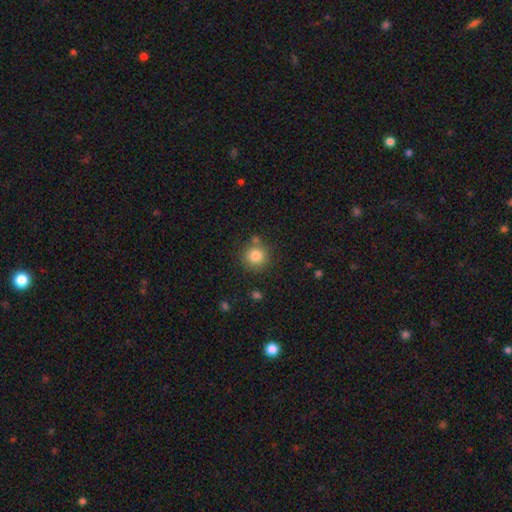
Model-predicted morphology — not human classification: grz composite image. It shows a smooth galaxy with no disk features (82%) that is round (92%). Merging: none (79%).